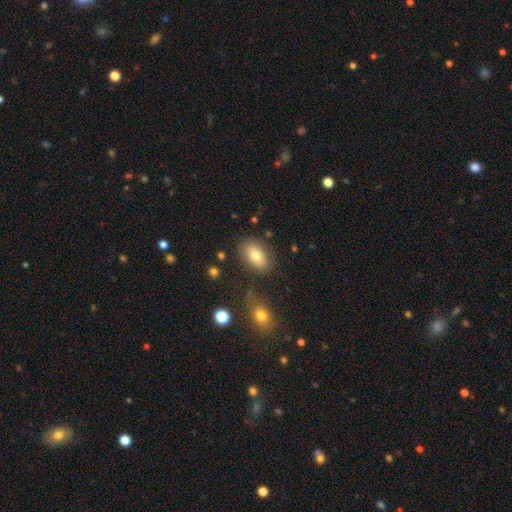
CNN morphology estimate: smooth_or_featured: smooth (p=0.76) [alt: featured or disk p=0.15]
how_rounded: in between (p=0.87) [alt: round p=0.11]
merging: none (p=0.79) [alt: minor disturbance p=0.13]